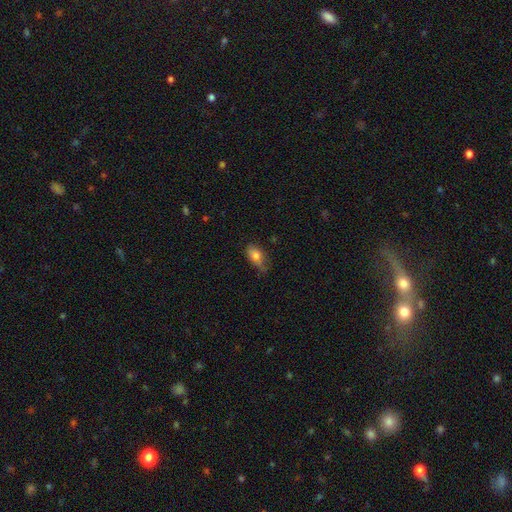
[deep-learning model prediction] Smooth or featured? smooth (78%)
How rounded? in between (87%)
Merging? none (55%)